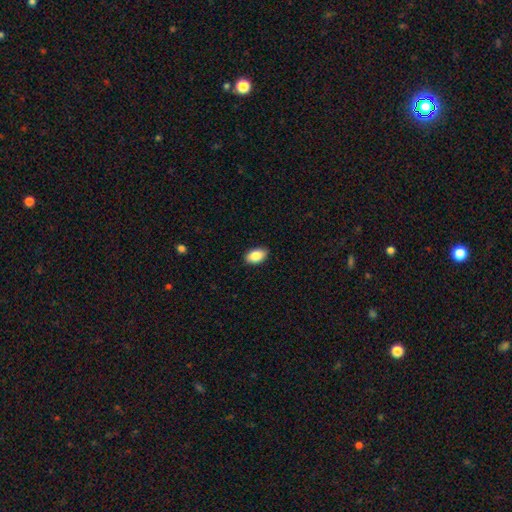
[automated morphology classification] type=smooth (87%); roundness=in between (93%); merging=none (88%).